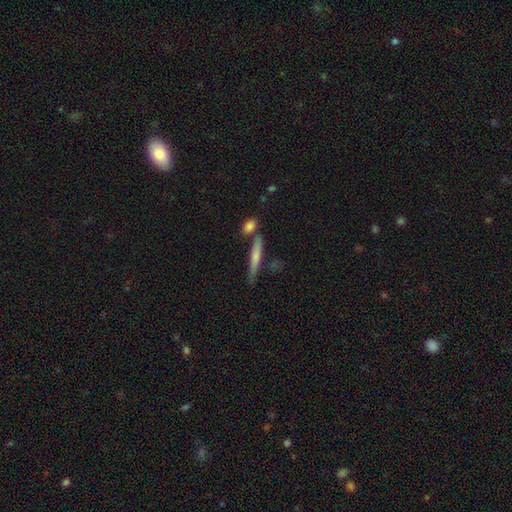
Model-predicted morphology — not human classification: Overall: smooth (61%; featured or disk 33%). How rounded: cigar-shaped (90%). Merging: none (66%).